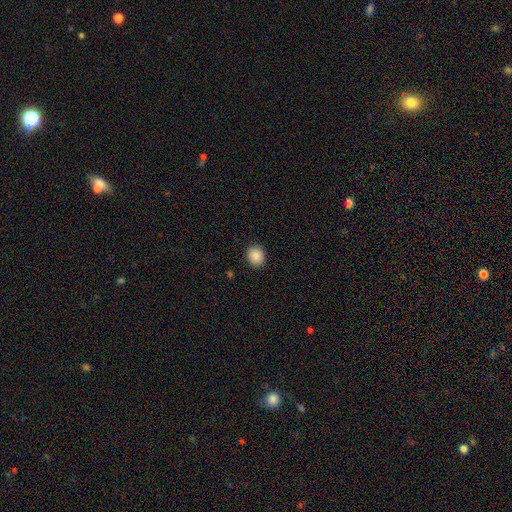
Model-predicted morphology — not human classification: type=smooth (88%); roundness=round (70%); merging=none (91%).